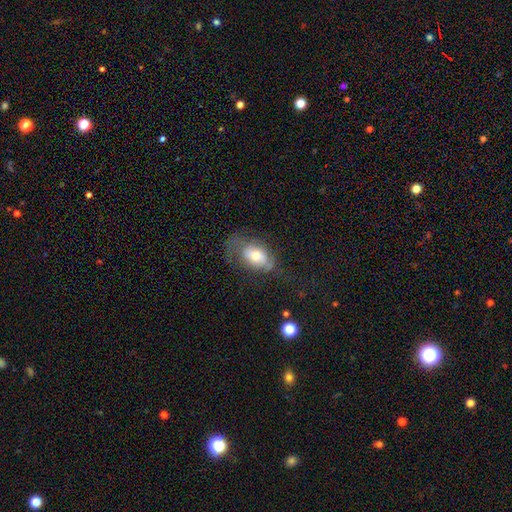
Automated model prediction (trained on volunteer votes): The model was most divided on "merging": none: 38%, major disturbance: 31%, minor disturbance: 28%, merger: 2%. More confident: how rounded — in between (86%); smooth or featured — smooth (62%).